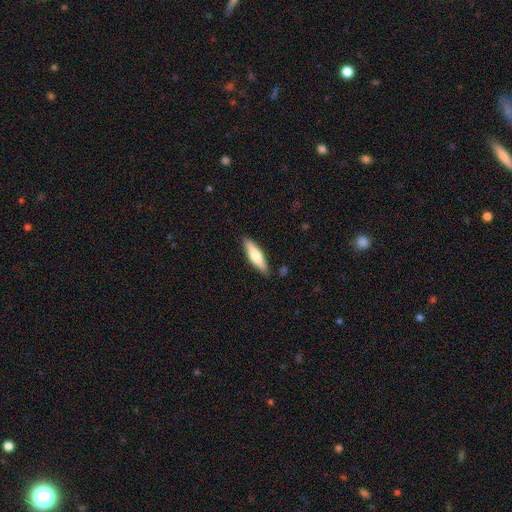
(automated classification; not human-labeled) smooth 59%, featured or disk 35%, star or artifact 6%. Down the decision tree: how rounded — cigar-shaped (65%); merging — none (87%).